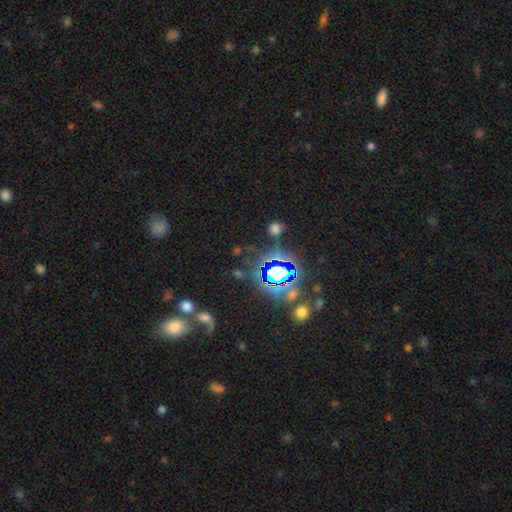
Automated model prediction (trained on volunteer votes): smooth_or_featured: star or artifact (p=0.77) [alt: smooth p=0.14]